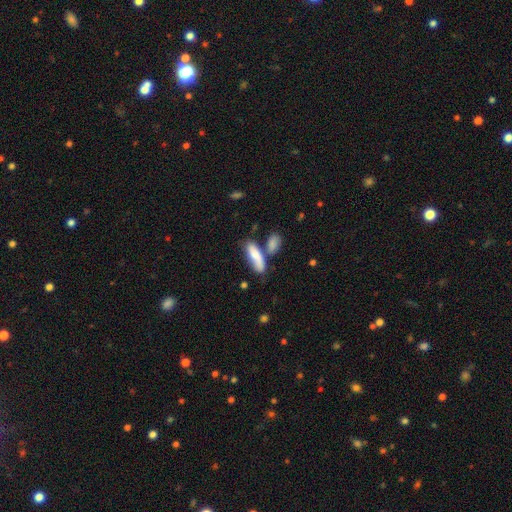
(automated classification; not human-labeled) Q: Smooth or featured?
A: smooth (72%); runner-up: featured or disk (22%)
Q: How rounded?
A: in between (54%); runner-up: cigar-shaped (43%)
Q: Merging?
A: none (44%); runner-up: merger (29%)